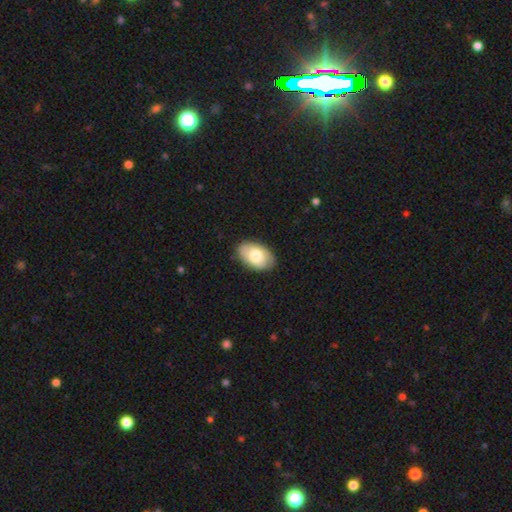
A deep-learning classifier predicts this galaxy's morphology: This appears to be a smooth galaxy with no disk features (76%) that is in between round and cigar-shaped (92%). Merging: none (86%).